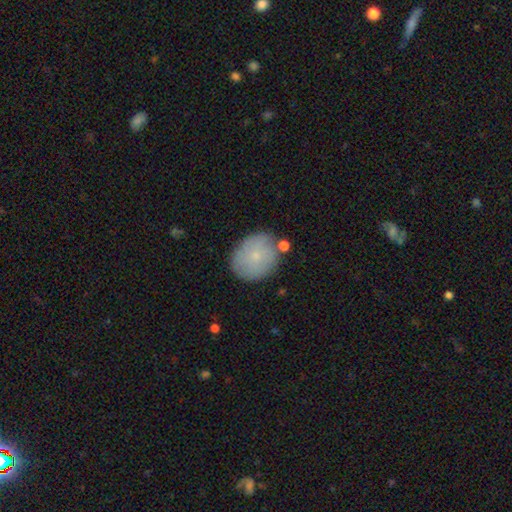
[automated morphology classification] smooth_or_featured: smooth (p=0.70) [alt: featured or disk p=0.23]
how_rounded: round (p=0.58) [alt: in between p=0.41]
merging: none (p=0.73) [alt: minor disturbance p=0.18]